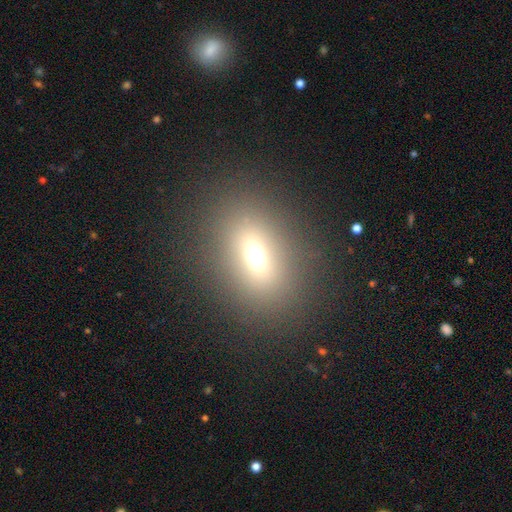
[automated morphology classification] Smooth or featured?
  - smooth: 63% *
  - star or artifact: 22%
  - featured or disk: 15%
How rounded?
  - in between: 60% *
  - round: 37%
  - cigar-shaped: 2%
Merging?
  - none: 83% *
  - minor disturbance: 9%
  - major disturbance: 6%
  - merger: 2%